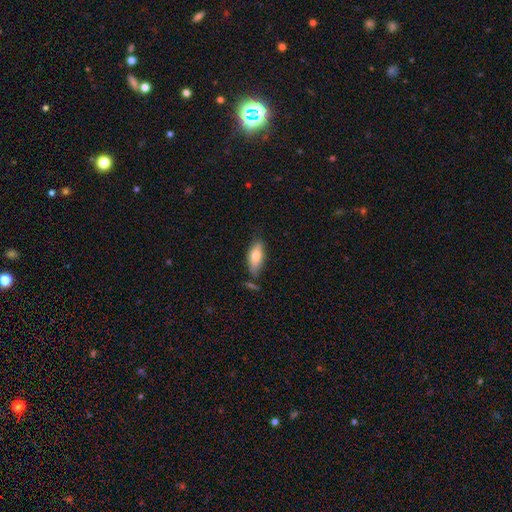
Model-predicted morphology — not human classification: smooth-or-featured: smooth: 75% | featured or disk: 19% | star or artifact: 7%
  how-rounded: in between: 81% | cigar-shaped: 17% | round: 3%
  merging: none: 67% | minor disturbance: 22% | merger: 7% | major disturbance: 5%